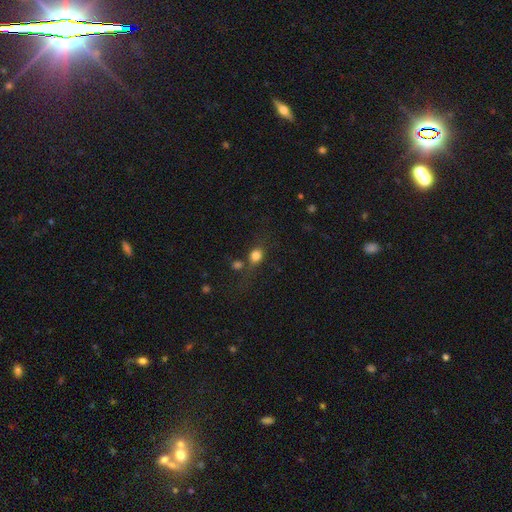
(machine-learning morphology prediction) Smooth or featured: smooth — 78% (star or artifact — 13%)
How rounded: round — 61% (in between — 37%)
Merging: none — 48% (merger — 25%)